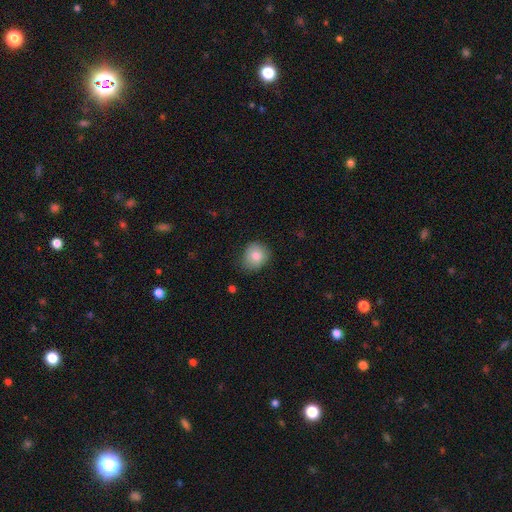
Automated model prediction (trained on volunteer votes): Smooth or featured?
  - smooth: 83% *
  - featured or disk: 9%
  - star or artifact: 8%
How rounded?
  - round: 72% *
  - in between: 28%
  - cigar-shaped: 1%
Merging?
  - none: 73% *
  - minor disturbance: 22%
  - major disturbance: 4%
  - merger: 1%